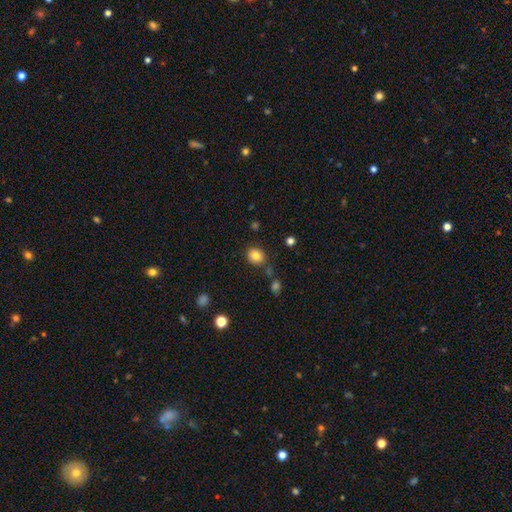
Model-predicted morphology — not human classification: Smooth or featured?
  - smooth: 83% *
  - star or artifact: 11%
  - featured or disk: 7%
How rounded?
  - round: 67% *
  - in between: 32%
  - cigar-shaped: 1%
Merging?
  - none: 81% *
  - minor disturbance: 11%
  - merger: 5%
  - major disturbance: 3%